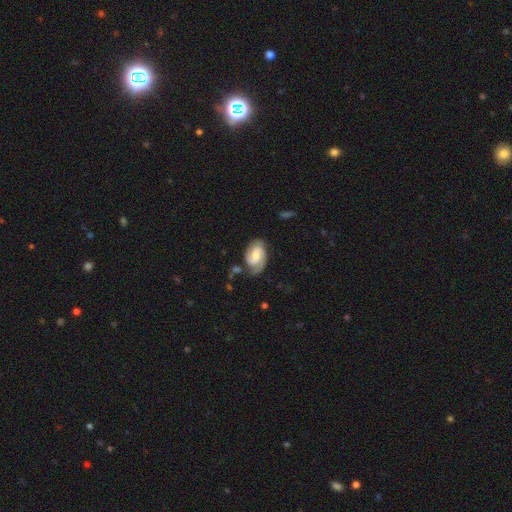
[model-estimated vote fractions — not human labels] Morphology: type=featured or disk (74%); edge-on=no (97%); bar=weak (48%); spiral arms=yes (95%); winding=medium (44%); arm count=2 (80%); bulge=moderate (48%); merging=none (67%).